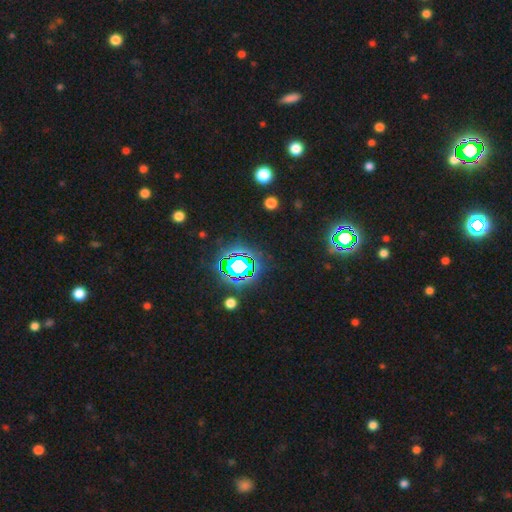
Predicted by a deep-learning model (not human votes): smooth-or-featured: star or artifact: 82% | smooth: 11% | featured or disk: 6%